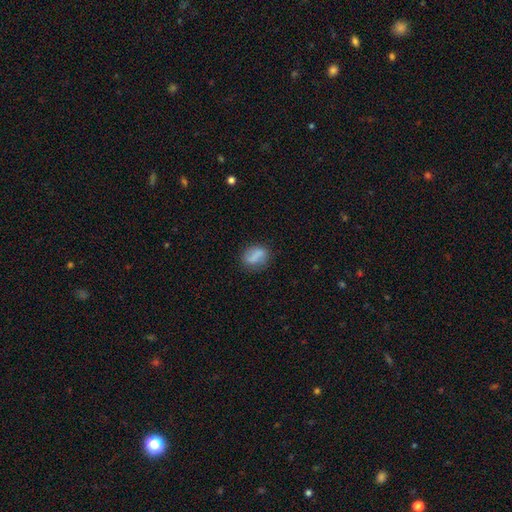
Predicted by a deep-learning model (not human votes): This is likely a smooth galaxy (77%). How rounded: likely in between (66%). Merging: likely none (70%).